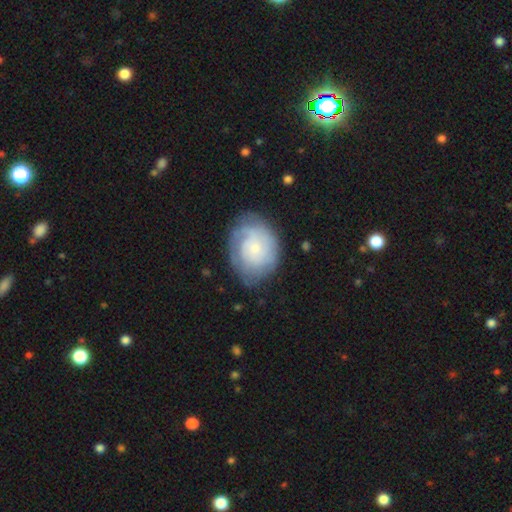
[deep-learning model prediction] Smooth or featured? featured or disk (59%)
Edge-on disk? no (97%)
Bar? no (78%)
Spiral arms? yes (81%)
Bulge size? small (60%)
Merging? none (67%)